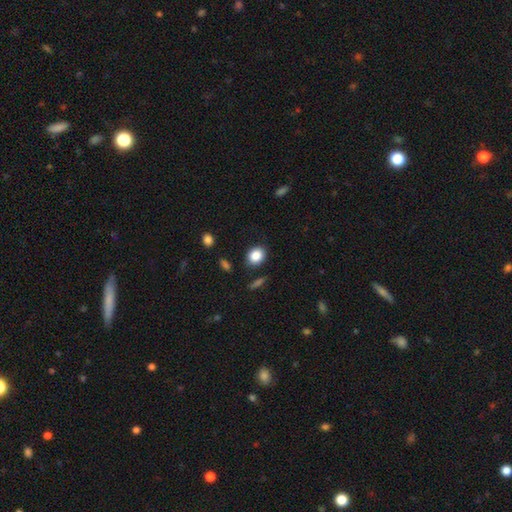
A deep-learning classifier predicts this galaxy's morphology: Smooth or featured? smooth (86%)
How rounded? round (56%)
Merging? none (84%)